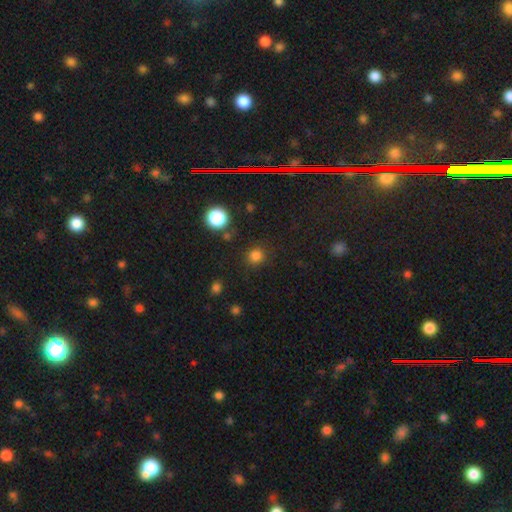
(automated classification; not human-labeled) This appears to be a smooth galaxy with no disk features (81%) that is round (91%). Merging: none (85%).